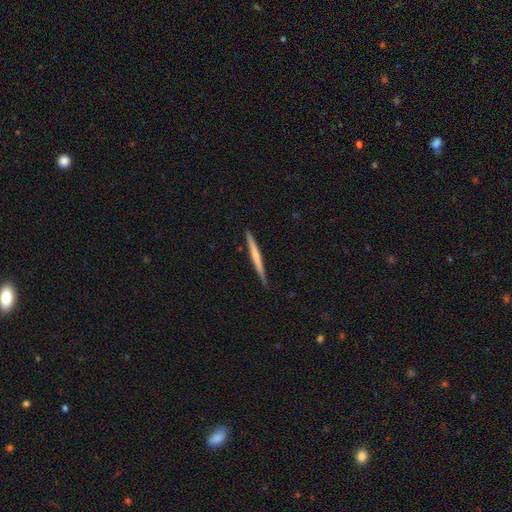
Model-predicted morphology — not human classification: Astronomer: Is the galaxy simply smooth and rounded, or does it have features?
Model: featured or disk — 48% (runner-up: smooth, 46%).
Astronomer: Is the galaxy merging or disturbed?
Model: none — 89%.